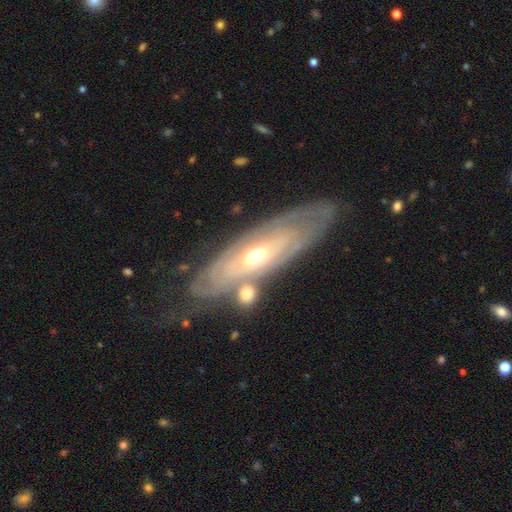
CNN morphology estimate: A featured or disk galaxy (78%) with no bar (79%), spiral arms (66%) and a moderate central bulge (67%). Merging: none (71%).